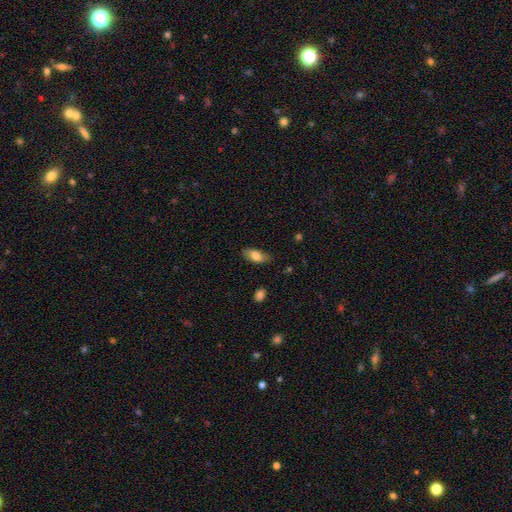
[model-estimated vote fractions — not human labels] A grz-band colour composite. It shows a smooth galaxy with no disk features (79%) that is in between round and cigar-shaped (87%). Merging: none (81%).